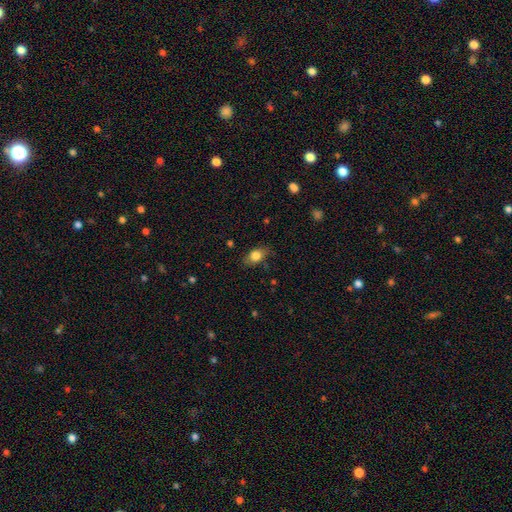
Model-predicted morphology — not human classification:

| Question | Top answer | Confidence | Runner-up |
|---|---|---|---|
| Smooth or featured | smooth | 81% | featured or disk (11%) |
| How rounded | in between | 82% | round (15%) |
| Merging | none | 78% | minor disturbance (17%) |